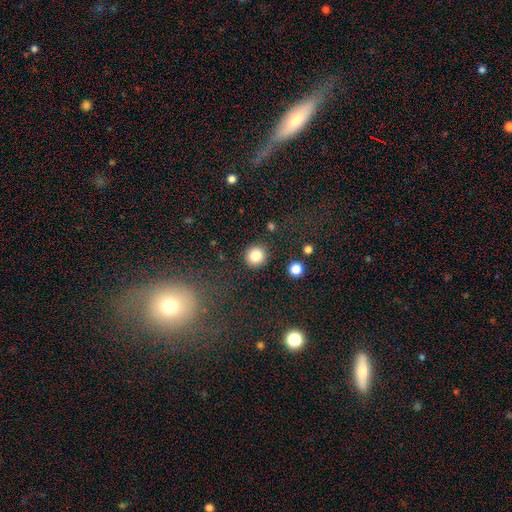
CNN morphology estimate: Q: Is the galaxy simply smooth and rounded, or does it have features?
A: smooth — 84%.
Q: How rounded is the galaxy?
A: round — 92%.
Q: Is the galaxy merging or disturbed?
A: none — 90%.